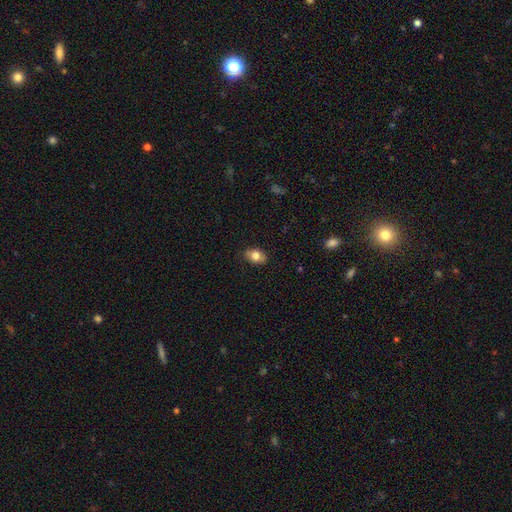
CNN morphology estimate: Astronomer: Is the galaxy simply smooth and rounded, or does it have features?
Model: smooth — 79%.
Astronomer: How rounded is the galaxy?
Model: in between — 83%.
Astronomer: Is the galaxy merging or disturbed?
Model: none — 84%.